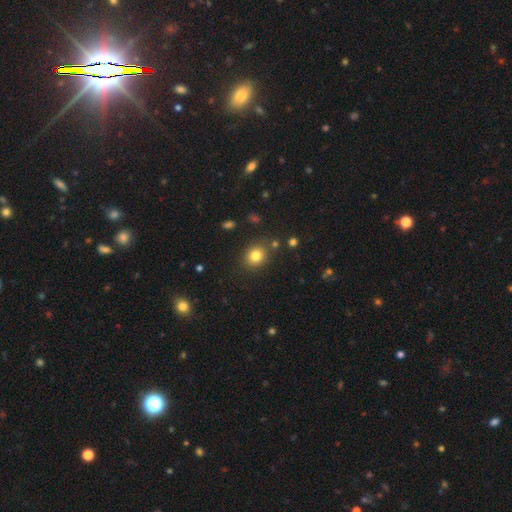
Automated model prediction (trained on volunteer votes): Smooth or featured: smooth — 81% (star or artifact — 12%)
How rounded: round — 68% (in between — 31%)
Merging: none — 82% (minor disturbance — 10%)